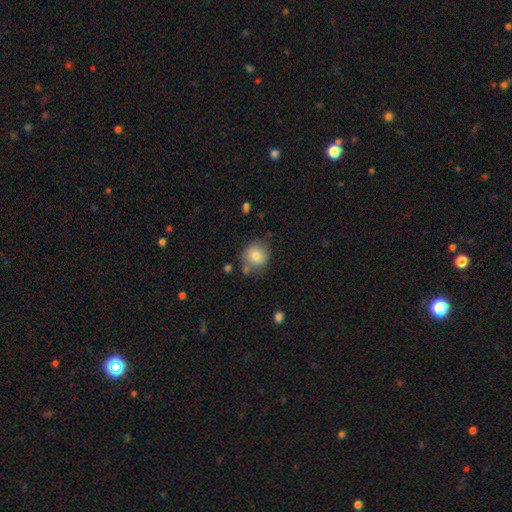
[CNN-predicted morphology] smooth 80%, featured or disk 10%, star or artifact 10%. Down the decision tree: how rounded — round (86%); merging — none (72%).